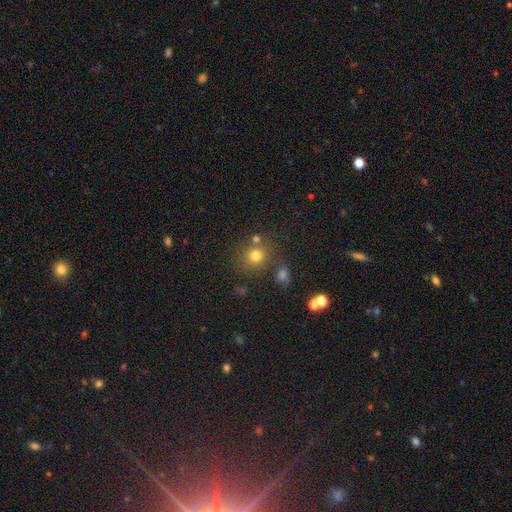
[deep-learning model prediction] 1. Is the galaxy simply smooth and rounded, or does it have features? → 74% smooth, 17% star or artifact, 9% featured or disk.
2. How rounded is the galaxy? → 85% round, 14% in between, 1% cigar-shaped.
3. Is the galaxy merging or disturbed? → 72% none, 13% merger, 11% minor disturbance, 5% major disturbance.